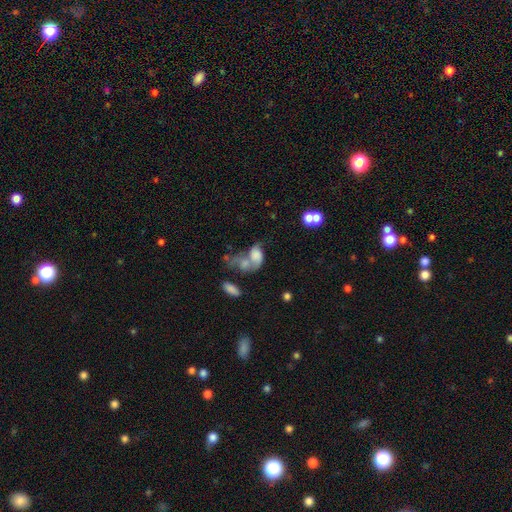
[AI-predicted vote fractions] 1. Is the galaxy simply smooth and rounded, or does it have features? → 55% smooth, 33% featured or disk, 11% star or artifact.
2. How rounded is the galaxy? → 79% in between, 19% round, 2% cigar-shaped.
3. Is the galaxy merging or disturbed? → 54% merger, 21% major disturbance, 14% none, 11% minor disturbance.